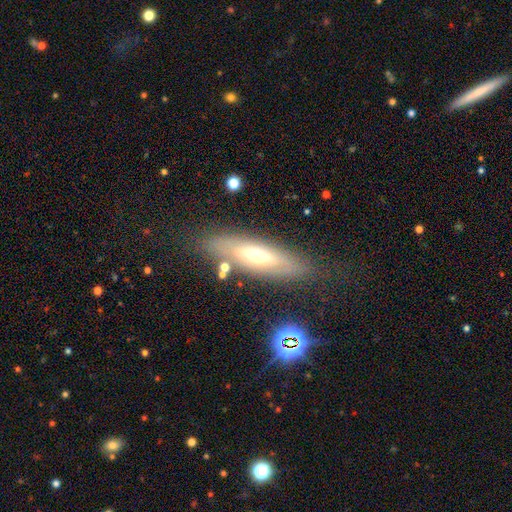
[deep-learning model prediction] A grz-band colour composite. It shows a featured or disk galaxy (49%). Merging: none (77%).